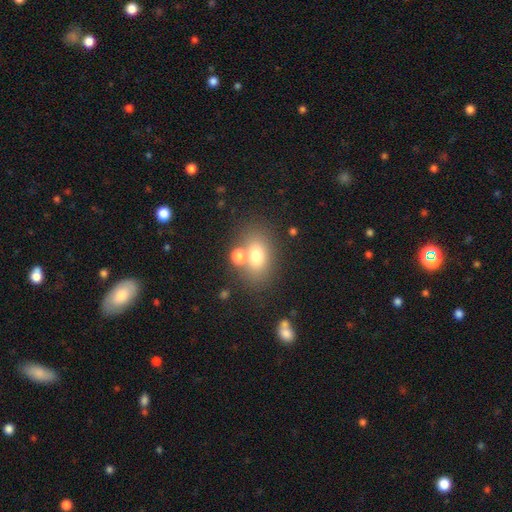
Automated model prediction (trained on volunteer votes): Smooth or featured? Predicted: smooth (p=0.71). How rounded? Predicted: in between (p=0.72). Merging? Predicted: none (p=0.63).